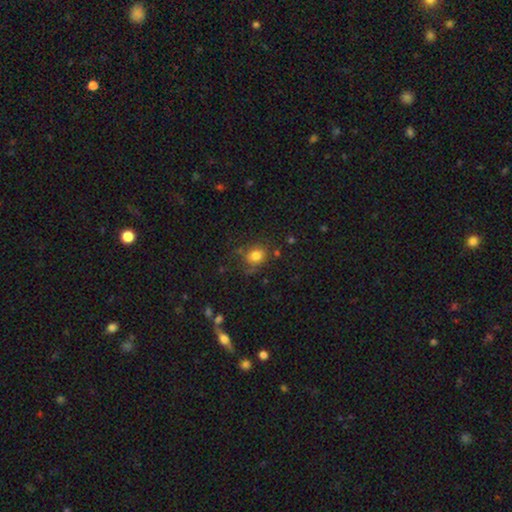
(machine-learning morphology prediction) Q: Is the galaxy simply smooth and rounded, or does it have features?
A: smooth — 79%.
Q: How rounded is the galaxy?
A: round — 54%.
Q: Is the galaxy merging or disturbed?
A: none — 66%.